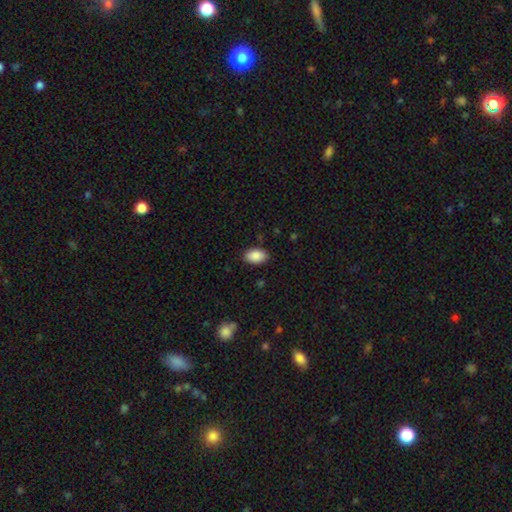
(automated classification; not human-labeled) smooth 89%, star or artifact 7%, featured or disk 4%. Down the decision tree: how rounded — in between (92%); merging — none (87%).